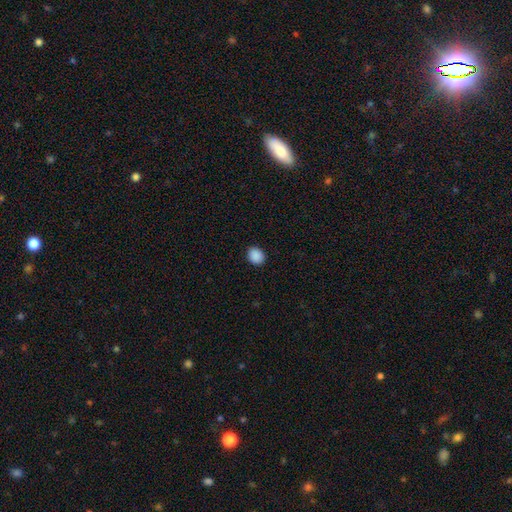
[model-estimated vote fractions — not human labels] Smooth or featured? smooth (89%)
How rounded? round (68%)
Merging? none (90%)